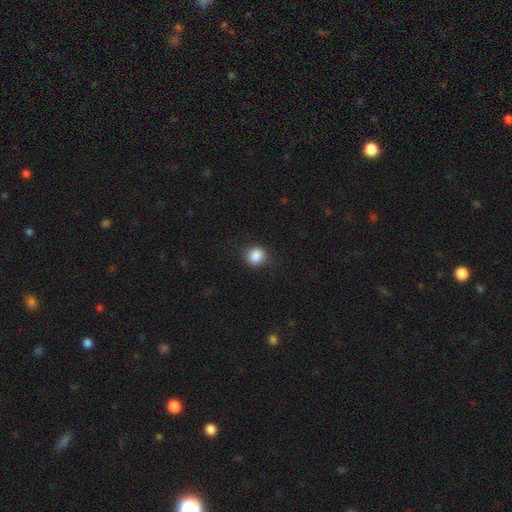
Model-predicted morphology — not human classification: Q: Smooth or featured?
A: smooth (87%); runner-up: star or artifact (9%)
Q: How rounded?
A: round (76%); runner-up: in between (23%)
Q: Merging?
A: none (82%); runner-up: minor disturbance (14%)